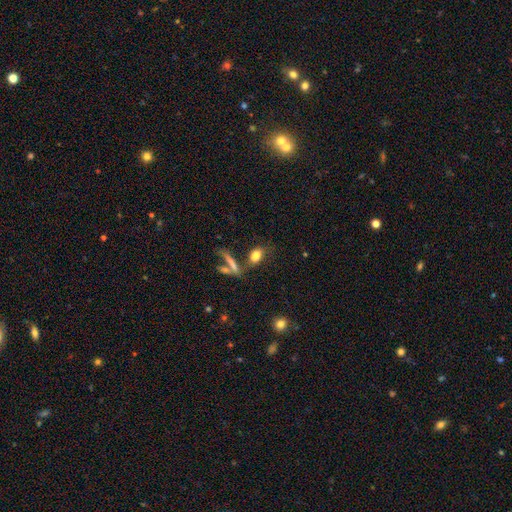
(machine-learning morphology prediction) This is likely a smooth galaxy (78%). How rounded: likely in between (71%). Merging: possibly none (57%).